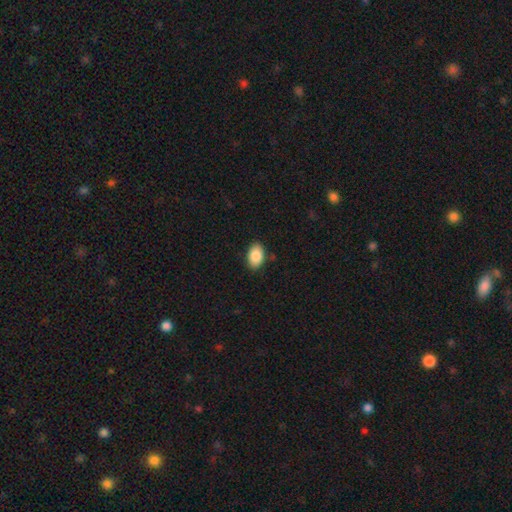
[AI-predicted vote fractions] Q: Smooth or featured?
A: smooth (87%); runner-up: star or artifact (7%)
Q: How rounded?
A: in between (90%); runner-up: round (9%)
Q: Merging?
A: none (85%); runner-up: minor disturbance (11%)